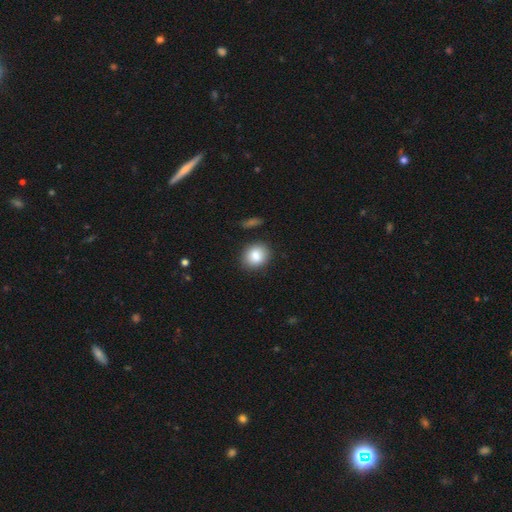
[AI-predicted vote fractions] Smooth or featured? smooth (86%)
How rounded? round (59%)
Merging? none (84%)